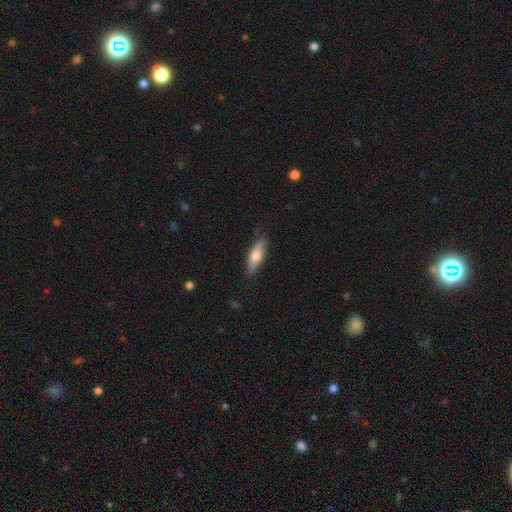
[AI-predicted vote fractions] smooth_or_featured: smooth (p=0.68) [alt: featured or disk p=0.26]
how_rounded: cigar-shaped (p=0.50) [alt: in between p=0.48]
merging: none (p=0.82) [alt: minor disturbance p=0.14]